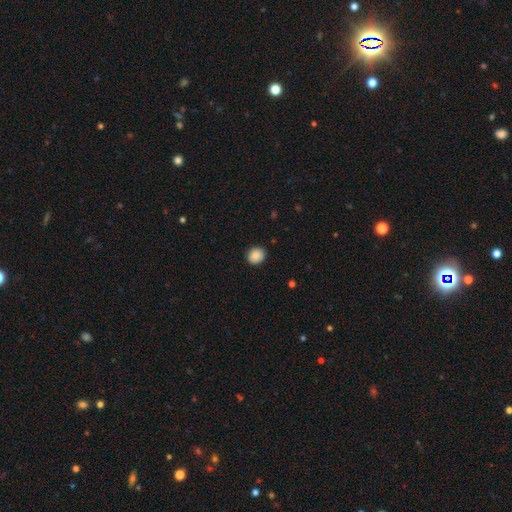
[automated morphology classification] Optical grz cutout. It shows a smooth galaxy with no disk features (87%) that is round (85%). Merging: none (90%).